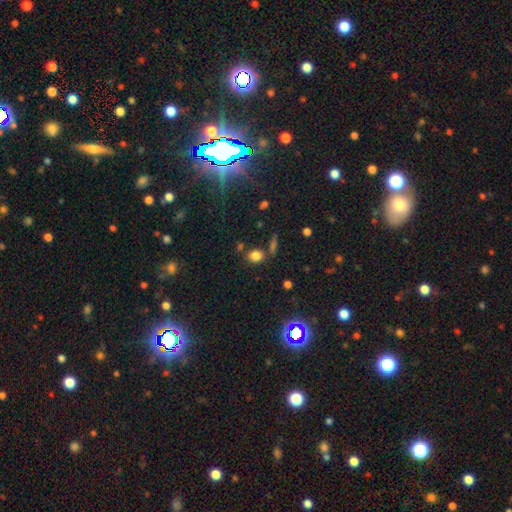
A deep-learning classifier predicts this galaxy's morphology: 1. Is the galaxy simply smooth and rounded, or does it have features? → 80% smooth, 13% star or artifact, 6% featured or disk.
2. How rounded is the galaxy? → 51% in between, 47% round, 2% cigar-shaped.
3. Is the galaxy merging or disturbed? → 73% none, 12% minor disturbance, 11% merger, 4% major disturbance.